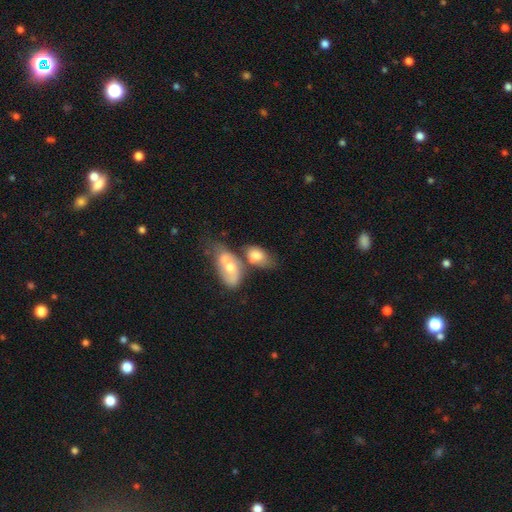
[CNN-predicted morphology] A smooth galaxy with no disk features (67%) that is in between round and cigar-shaped (88%).

Vote fractions:
- Smooth or featured? smooth: 67% / featured or disk: 24% / star or artifact: 8%
- How rounded? in between: 88% / round: 10% / cigar-shaped: 2%
- Merging? merger: 57% / none: 22% / minor disturbance: 13% / major disturbance: 8%